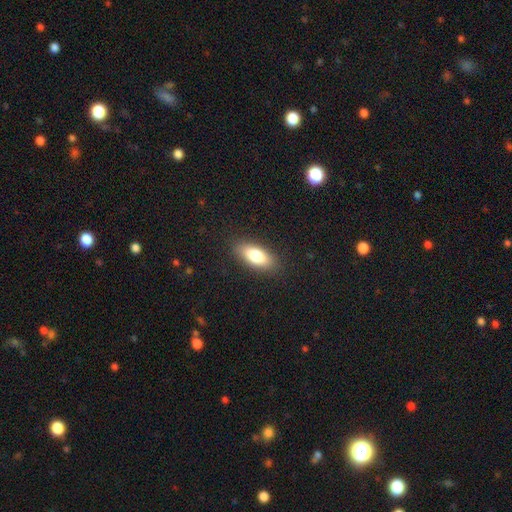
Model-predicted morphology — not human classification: This is clearly a smooth galaxy (80%). How rounded: clearly in between (81%). Merging: clearly none (87%).